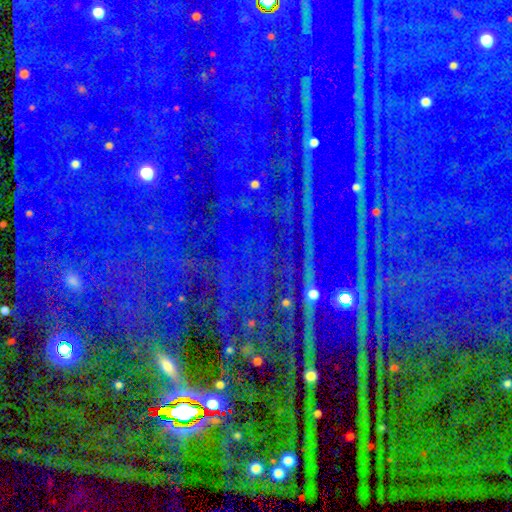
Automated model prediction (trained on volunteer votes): star or artifact 84%, smooth 9%, featured or disk 7%.